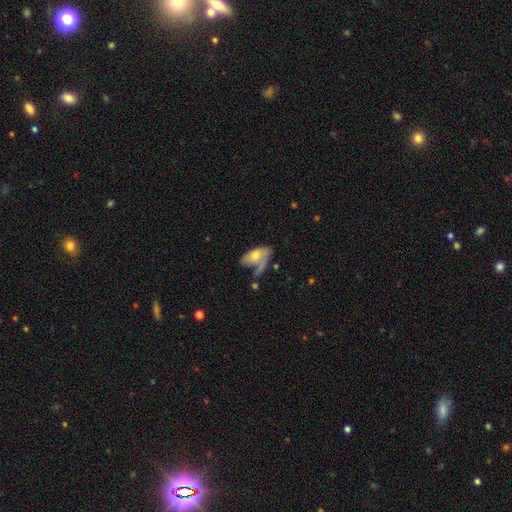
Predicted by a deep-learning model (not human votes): Smooth or featured?
  - smooth: 58% *
  - featured or disk: 35%
  - star or artifact: 7%
How rounded?
  - in between: 90% *
  - cigar-shaped: 6%
  - round: 4%
Merging?
  - none: 33% *
  - major disturbance: 26%
  - minor disturbance: 23%
  - merger: 18%